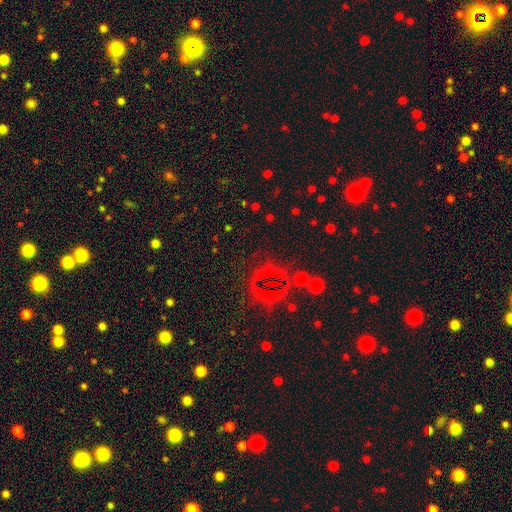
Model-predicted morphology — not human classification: This is likely a star or artifact rather than a galaxy (72%).